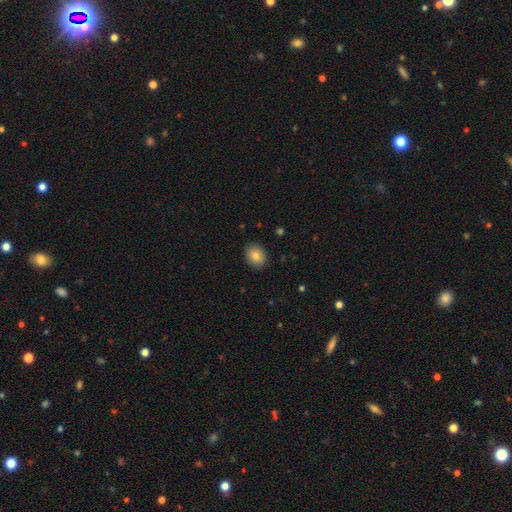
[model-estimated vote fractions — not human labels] smooth 82%, featured or disk 9%, star or artifact 9%. Down the decision tree: how rounded — in between (50%); merging — none (88%).